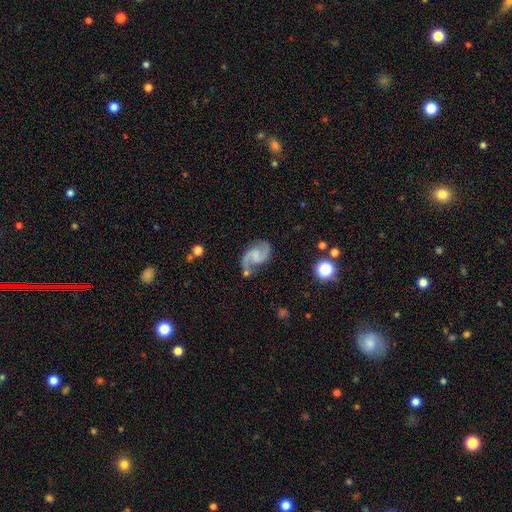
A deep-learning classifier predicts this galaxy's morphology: A featured or disk galaxy (88%) with no bar (46%), 2 (93%) medium (45%, tied with loose) spiral arms (97%) and no central bulge (52%).

Vote fractions:
- Smooth or featured? featured or disk: 88% / smooth: 7% / star or artifact: 5%
- Edge-on disk? no: 98% / yes: 2%
- Bar? no: 46% / weak: 43% / strong: 11%
- Spiral arms? yes: 97% / no: 3%
- Spiral winding? medium: 45% (tied) / loose: 45% (tied) / tight: 9%
- Spiral arm count? 2: 93% / 1: 3% / can't tell: 2% / 3: 1% / 4: 1% / more than 4: 1%
- Bulge size? none: 52% / small: 26% / moderate: 17% / large: 4% / dominant: 1%
- Merging? none: 69% / minor disturbance: 17% / major disturbance: 8% / merger: 6%